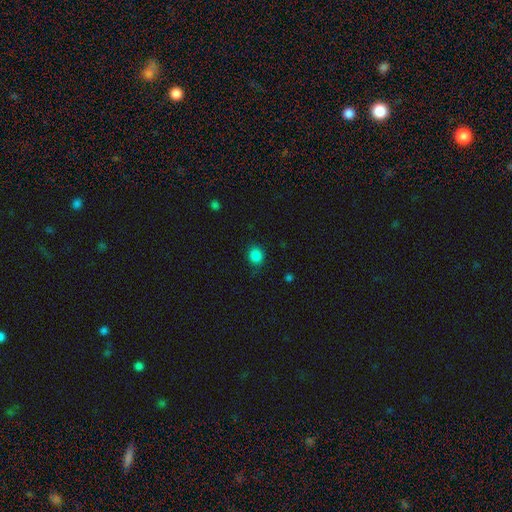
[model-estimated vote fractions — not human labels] Smooth or featured: smooth — 85% (star or artifact — 11%)
How rounded: round — 74% (in between — 25%)
Merging: none — 80% (minor disturbance — 15%)